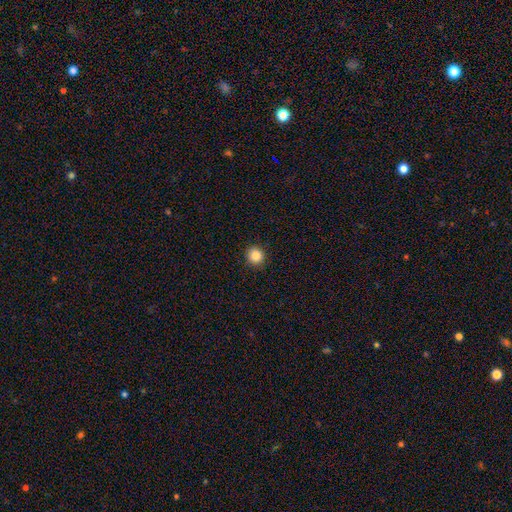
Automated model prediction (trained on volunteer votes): A smooth galaxy with no disk features (87%) that is round (91%).

Vote fractions:
- Smooth or featured? smooth: 87% / star or artifact: 10% / featured or disk: 3%
- How rounded? round: 91% / in between: 8% / cigar-shaped: 1%
- Merging? none: 91% / minor disturbance: 6% / major disturbance: 2% / merger: 1%